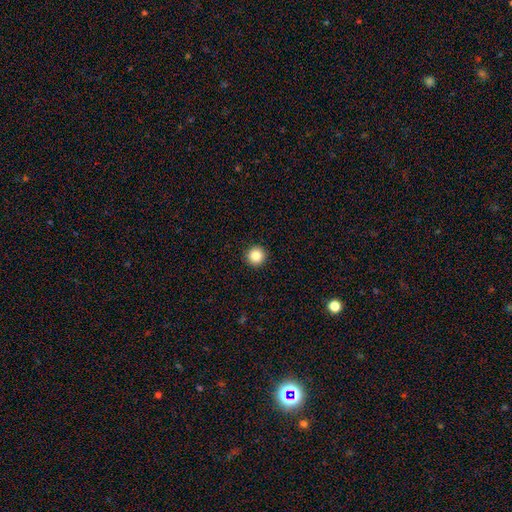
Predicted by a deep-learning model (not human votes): Q: Smooth or featured?
A: smooth (85%); runner-up: star or artifact (10%)
Q: How rounded?
A: round (96%); runner-up: in between (3%)
Q: Merging?
A: none (94%); runner-up: minor disturbance (4%)